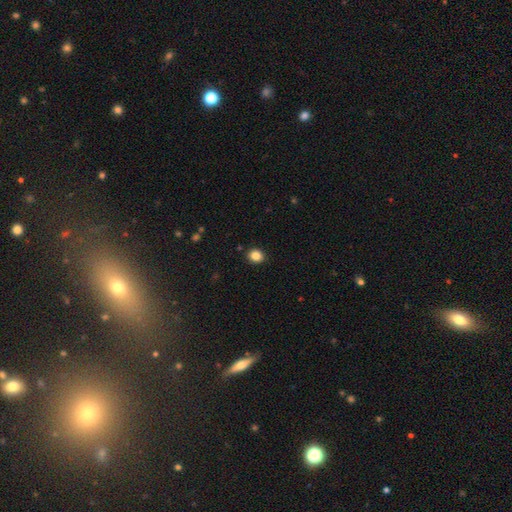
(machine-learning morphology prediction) smooth_or_featured: smooth (p=0.85) [alt: star or artifact p=0.10]
how_rounded: round (p=0.75) [alt: in between p=0.24]
merging: none (p=0.91) [alt: minor disturbance p=0.06]